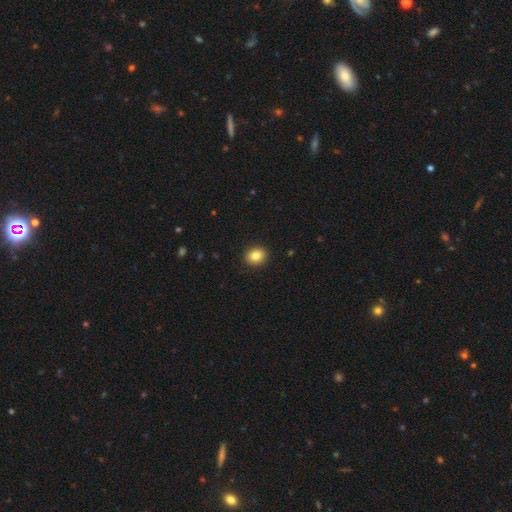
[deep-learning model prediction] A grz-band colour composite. It shows a smooth galaxy with no disk features (84%) that is round (70%). Merging: none (92%).